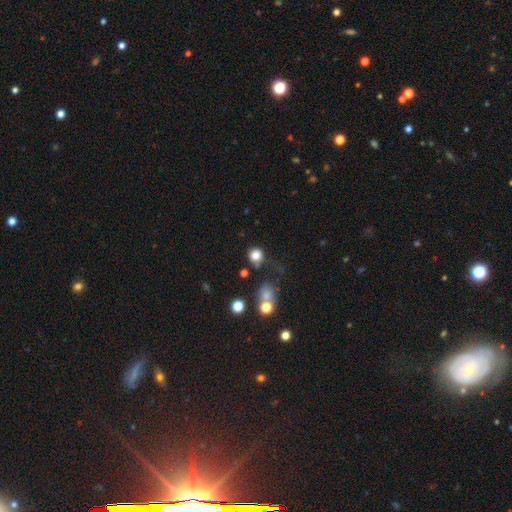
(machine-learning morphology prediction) Smooth or featured: smooth — 80% (star or artifact — 13%)
How rounded: round — 88% (in between — 11%)
Merging: none — 68% (minor disturbance — 17%)